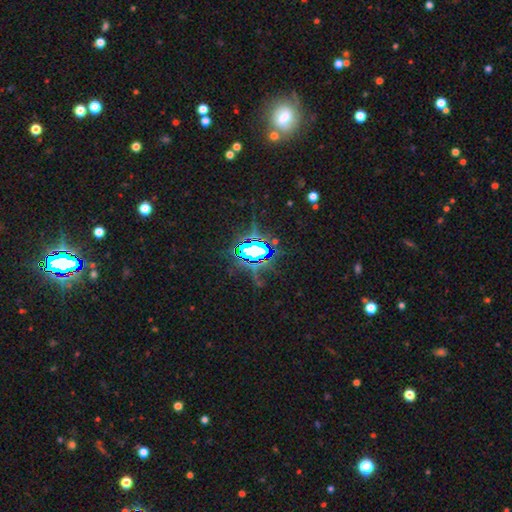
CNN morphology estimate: A star or artifact, not a galaxy (78%).

Vote fractions:
- Smooth or featured? star or artifact: 78% / featured or disk: 12% / smooth: 10%